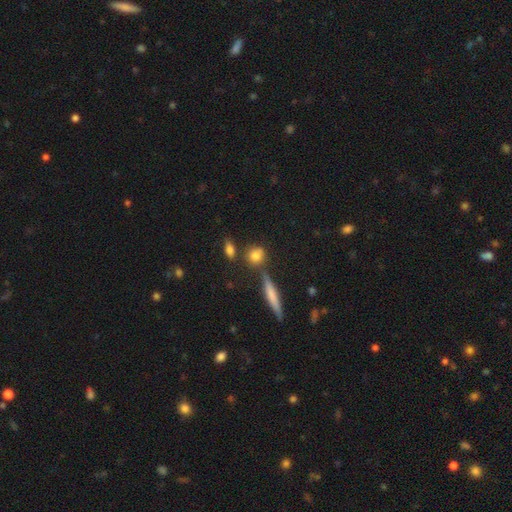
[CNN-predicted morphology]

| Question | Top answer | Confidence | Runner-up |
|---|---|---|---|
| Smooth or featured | smooth | 78% | featured or disk (11%) |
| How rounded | round | 62% | in between (27%) |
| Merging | none | 70% | minor disturbance (13%) |